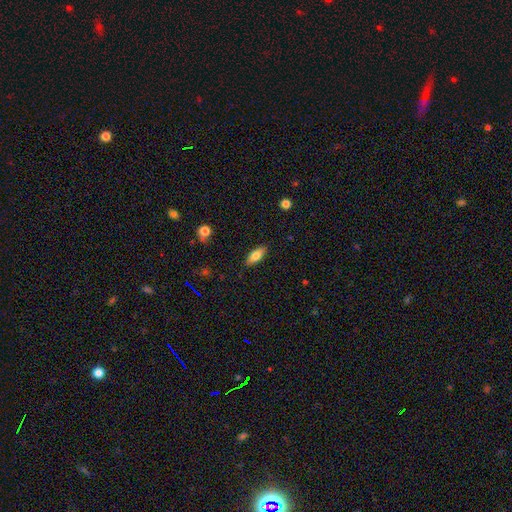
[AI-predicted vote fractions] Morphology: type=smooth (78%); roundness=in between (76%); merging=none (87%).